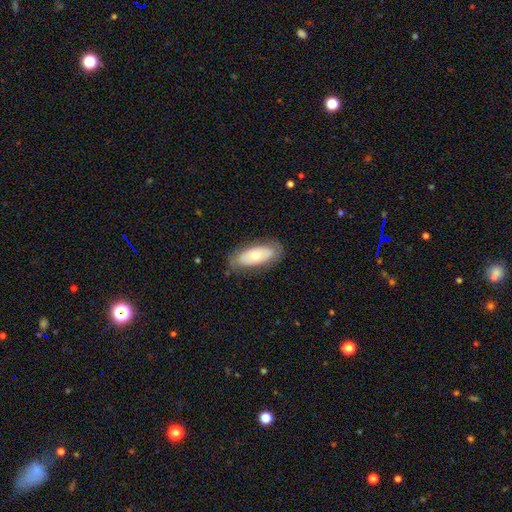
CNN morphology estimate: A smooth galaxy with no disk features (56%) that is in between round and cigar-shaped (86%).

Vote fractions:
- Smooth or featured? smooth: 56% / featured or disk: 38% / star or artifact: 6%
- How rounded? in between: 86% / cigar-shaped: 12% / round: 3%
- Merging? none: 79% / minor disturbance: 16% / major disturbance: 5% / merger: 1%